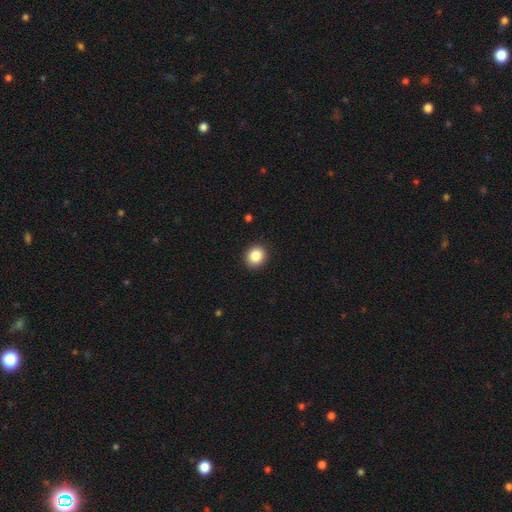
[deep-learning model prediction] This is clearly a smooth galaxy (86%). How rounded: clearly round (81%). Merging: clearly none (91%).